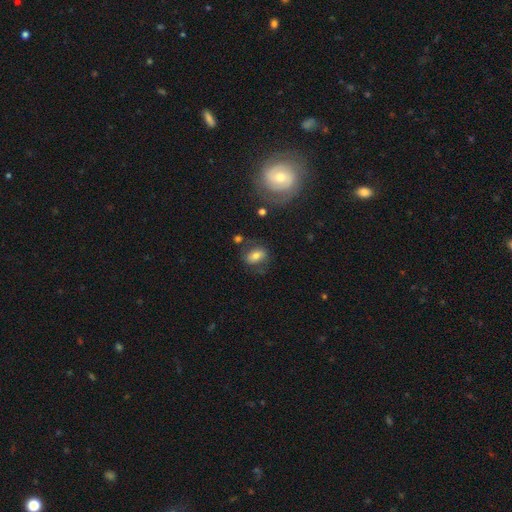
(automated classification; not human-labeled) This is likely a smooth galaxy (65%). How rounded: likely in between (76%). Merging: likely none (66%).